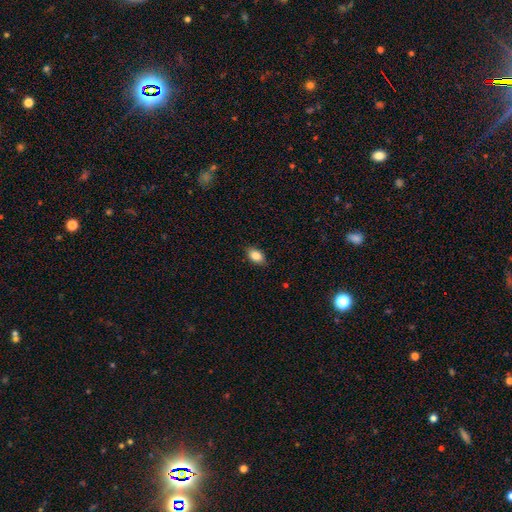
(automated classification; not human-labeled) Smooth or featured? Predicted: smooth (p=0.87). How rounded? Predicted: in between (p=0.88). Merging? Predicted: none (p=0.86).